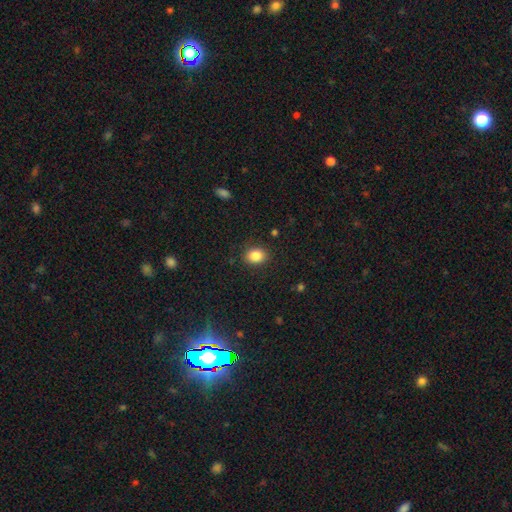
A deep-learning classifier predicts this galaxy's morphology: Smooth or featured: smooth — 86% (star or artifact — 9%)
How rounded: in between — 52% (round — 47%)
Merging: none — 88% (minor disturbance — 8%)